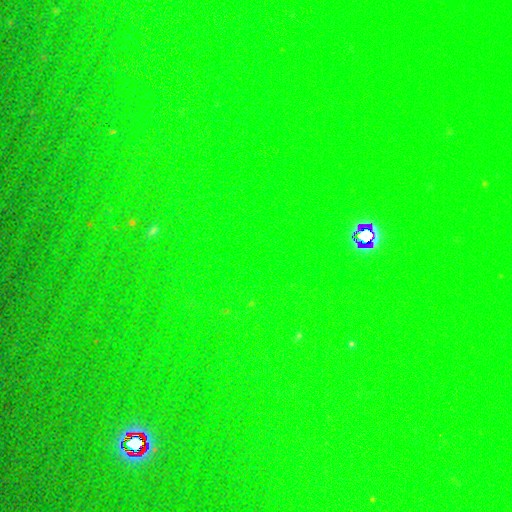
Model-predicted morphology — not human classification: Smooth or featured: star or artifact — 77% (smooth — 14%)